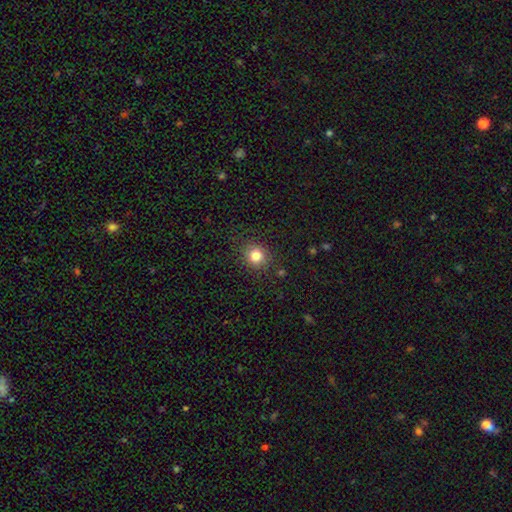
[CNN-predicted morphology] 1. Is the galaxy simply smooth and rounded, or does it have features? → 81% smooth, 13% star or artifact, 6% featured or disk.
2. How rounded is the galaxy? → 86% round, 13% in between, 1% cigar-shaped.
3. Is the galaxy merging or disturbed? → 87% none, 8% minor disturbance, 3% major disturbance, 1% merger.